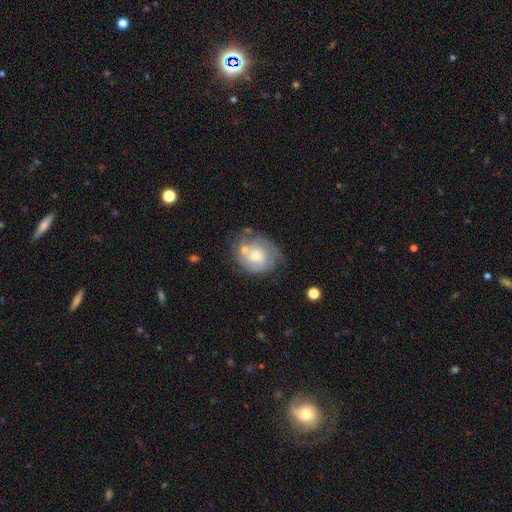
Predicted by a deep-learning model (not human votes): Smooth or featured? Predicted: featured or disk (p=0.51). Edge-on disk? Predicted: no (p=0.97). Merging? Predicted: none (p=0.46).